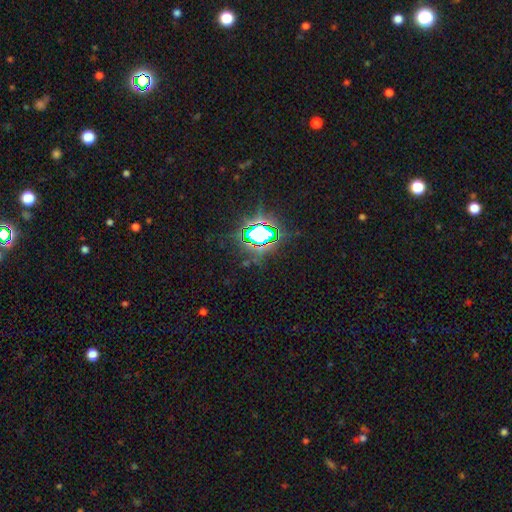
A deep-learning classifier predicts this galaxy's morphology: Smooth or featured? Predicted: star or artifact (p=0.82).